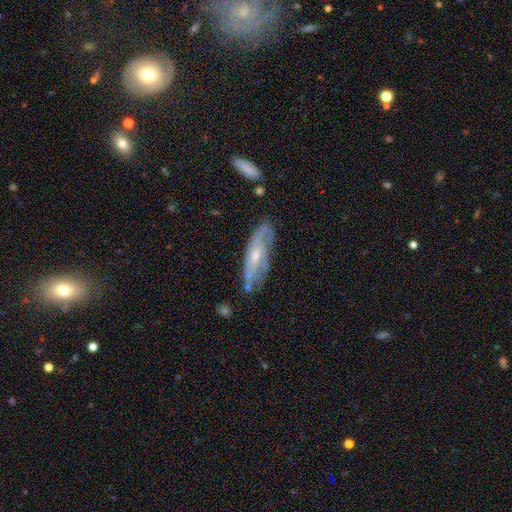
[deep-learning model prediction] A featured or disk galaxy (70%) with no bar (62%), spiral arms (79%) and a small central bulge (56%). Merging: none (66%).